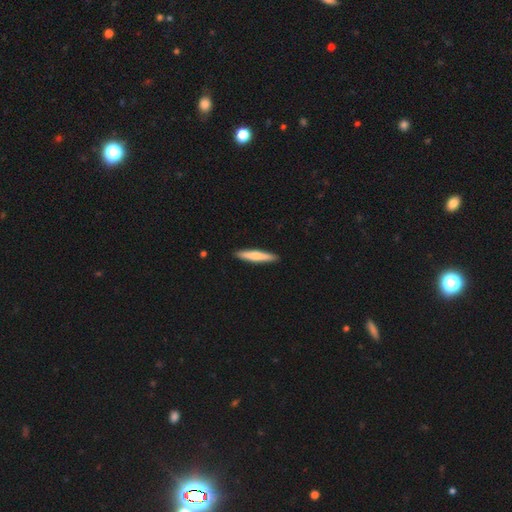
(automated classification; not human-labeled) A smooth galaxy with no disk features (65%) that is cigar-shaped (91%). Merging: none (92%).